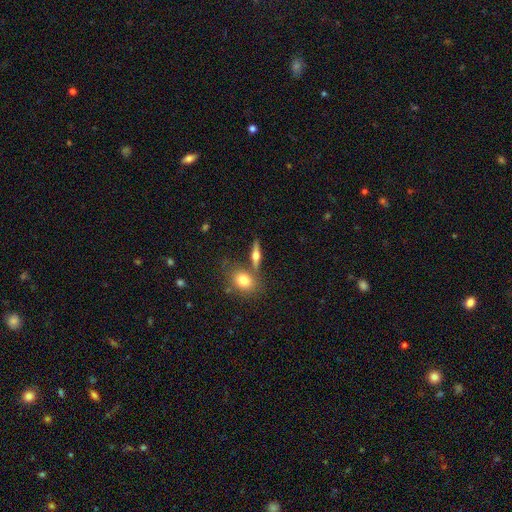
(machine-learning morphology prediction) This appears to be a featured or disk galaxy (56%) viewed edge-on (92%) with a rounded central bulge (94%). Merging: none (73%).